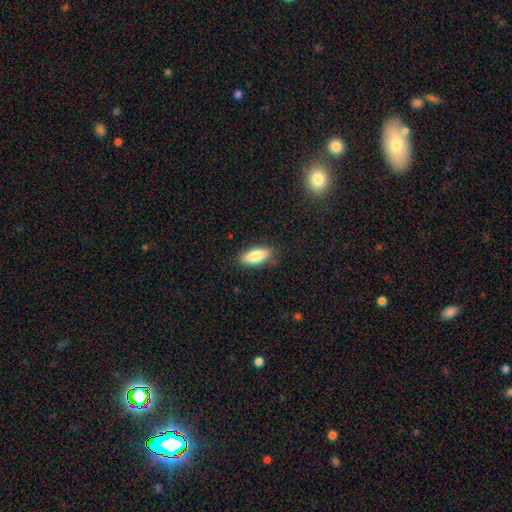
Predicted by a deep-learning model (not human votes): This is clearly a smooth galaxy (85%). How rounded: clearly in between (80%). Merging: clearly none (83%).